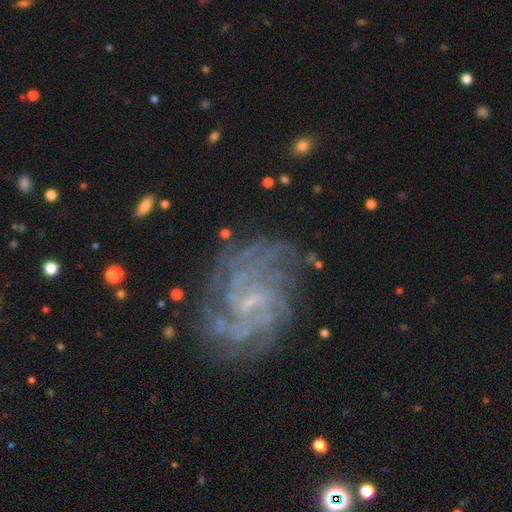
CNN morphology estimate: featured or disk 83%, star or artifact 10%, smooth 7%. Down the decision tree: edge-on disk — no (98%); bar — weak (50%); spiral arms — yes (96%); spiral arm count — can't tell (30%); spiral winding — tight (54%); bulge size — small (69%); merging — none (76%).